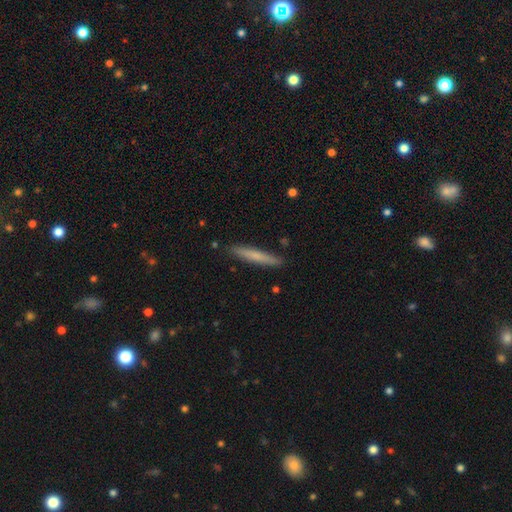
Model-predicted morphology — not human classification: A smooth galaxy with no disk features (66%) that is cigar-shaped (95%). Merging: none (89%).